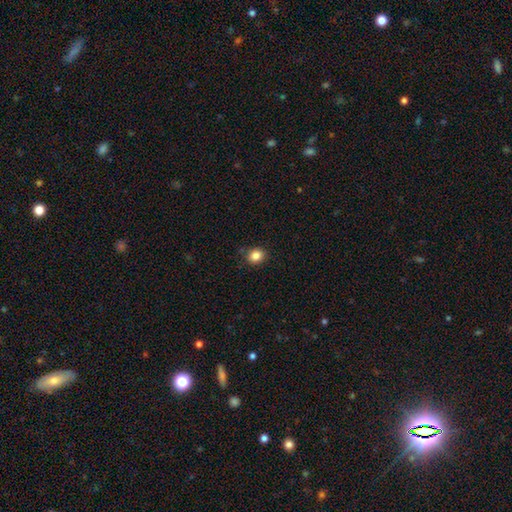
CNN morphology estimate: type=smooth (85%); roundness=round (72%); merging=none (87%).